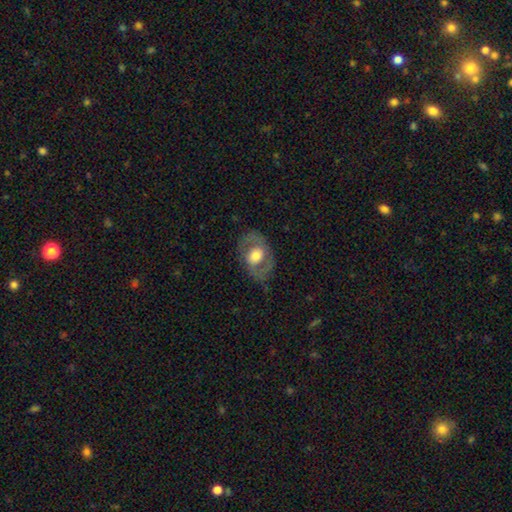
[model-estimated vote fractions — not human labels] Smooth or featured? Predicted: featured or disk (p=0.58). Edge-on disk? Predicted: no (p=0.93). Bar? Predicted: no (p=0.69). Spiral arms? Predicted: no (p=0.57). Bulge size? Predicted: moderate (p=0.49). Merging? Predicted: none (p=0.73).